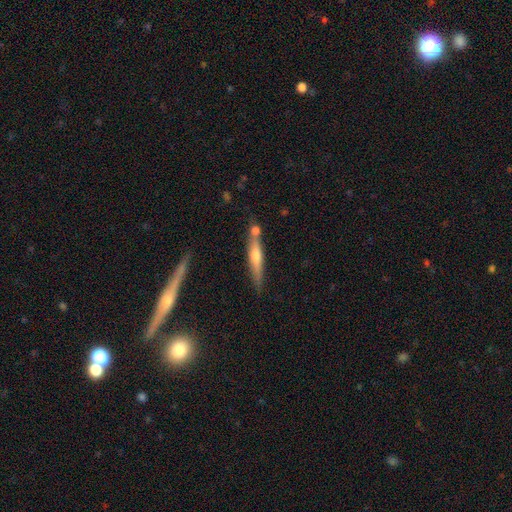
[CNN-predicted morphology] Overall: featured or disk (50%; smooth 44%). Merging: none (71%).